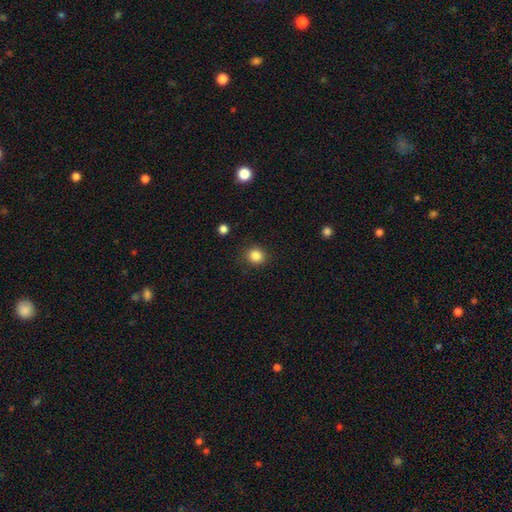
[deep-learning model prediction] Q: Smooth or featured?
A: smooth (85%); runner-up: star or artifact (11%)
Q: How rounded?
A: round (83%); runner-up: in between (16%)
Q: Merging?
A: none (87%); runner-up: minor disturbance (9%)